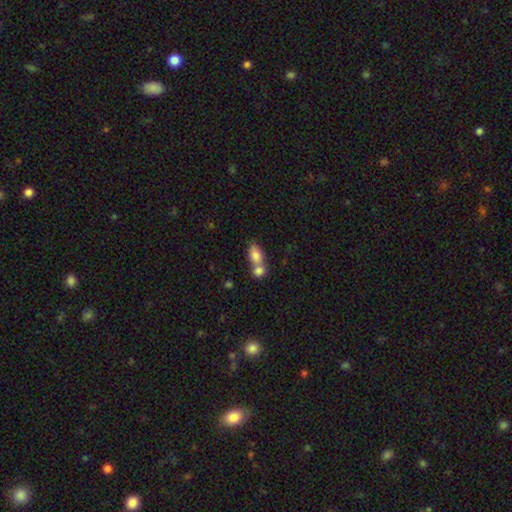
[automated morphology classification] smooth_or_featured: smooth (p=0.81) [alt: featured or disk p=0.11]
how_rounded: in between (p=0.79) [alt: round p=0.17]
merging: merger (p=0.62) [alt: none p=0.27]